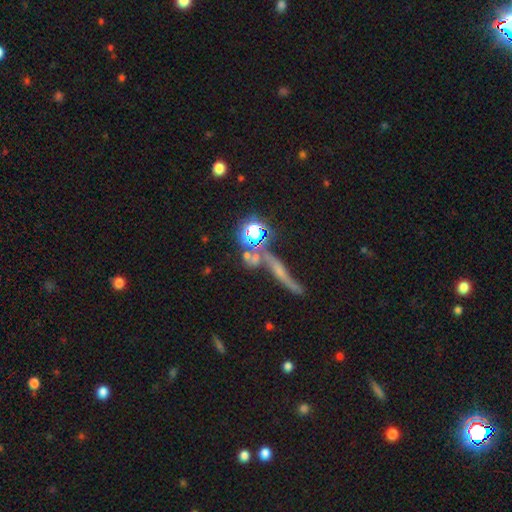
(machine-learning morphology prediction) Smooth or featured?
  - featured or disk: 40% *
  - star or artifact: 34%
  - smooth: 27%
Merging?
  - none: 64% *
  - minor disturbance: 15%
  - merger: 13%
  - major disturbance: 8%